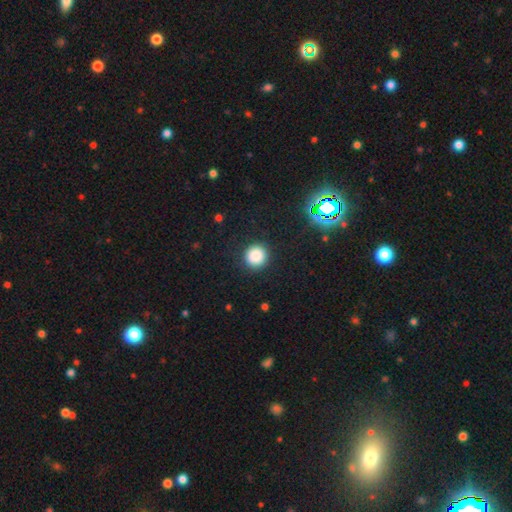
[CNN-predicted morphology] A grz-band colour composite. It shows a smooth galaxy with no disk features (85%) that is round (94%). Merging: none (90%).